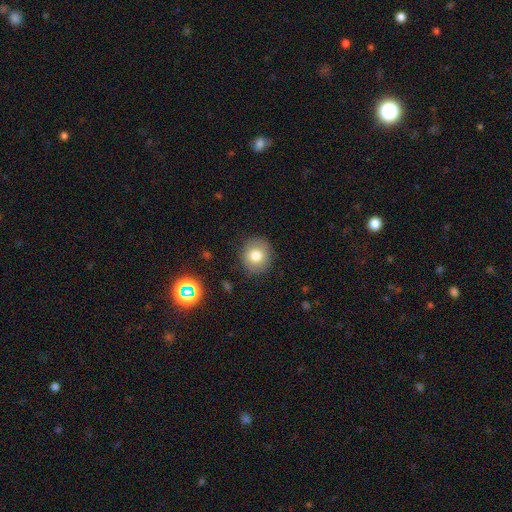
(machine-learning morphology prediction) Overall: smooth (78%). How rounded: round (86%). Merging: none (87%).